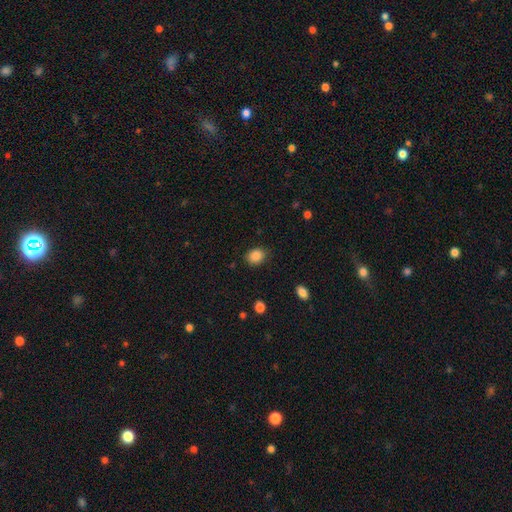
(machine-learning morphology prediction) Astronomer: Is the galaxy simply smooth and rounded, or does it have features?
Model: smooth — 87%.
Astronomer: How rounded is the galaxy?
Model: in between — 54% (runner-up: round, 45%).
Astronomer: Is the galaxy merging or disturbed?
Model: none — 84%.